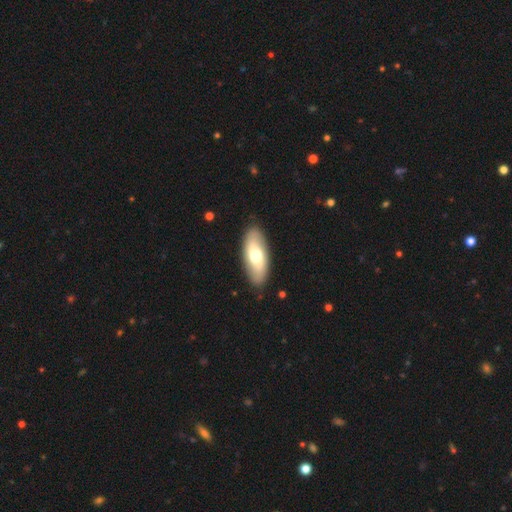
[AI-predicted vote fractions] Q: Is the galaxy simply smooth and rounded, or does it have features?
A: smooth — 58%.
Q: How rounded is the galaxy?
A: in between — 85%.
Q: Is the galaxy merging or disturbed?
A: none — 88%.